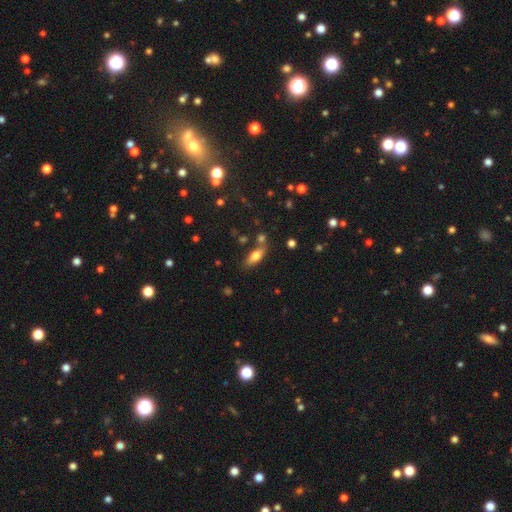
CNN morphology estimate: smooth 71%, featured or disk 21%, star or artifact 9%. Down the decision tree: how rounded — in between (69%); merging — none (67%).